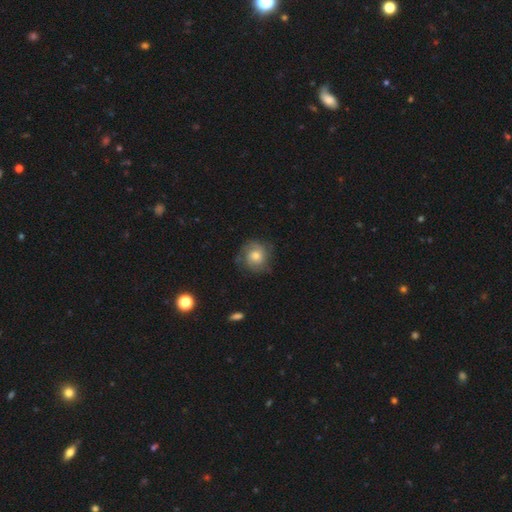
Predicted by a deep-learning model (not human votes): featured or disk 53%, smooth 39%, star or artifact 8%. Down the decision tree: edge-on disk — no (97%); bar — no (77%); spiral arms — yes (86%); bulge size — moderate (59%); merging — none (71%).